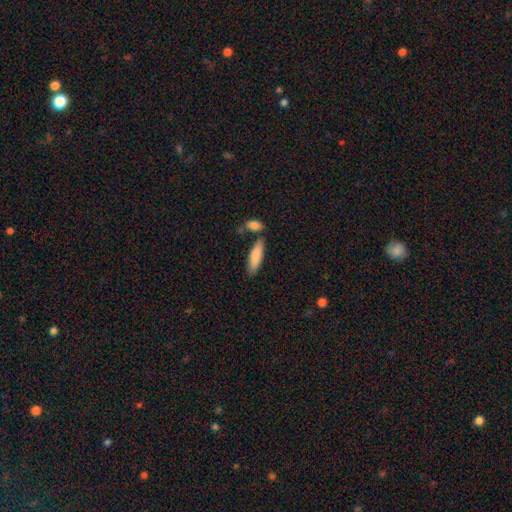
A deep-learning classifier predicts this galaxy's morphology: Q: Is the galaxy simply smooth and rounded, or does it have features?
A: smooth — 84%.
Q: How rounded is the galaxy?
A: cigar-shaped — 56%.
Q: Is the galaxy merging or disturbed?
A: none — 71%.